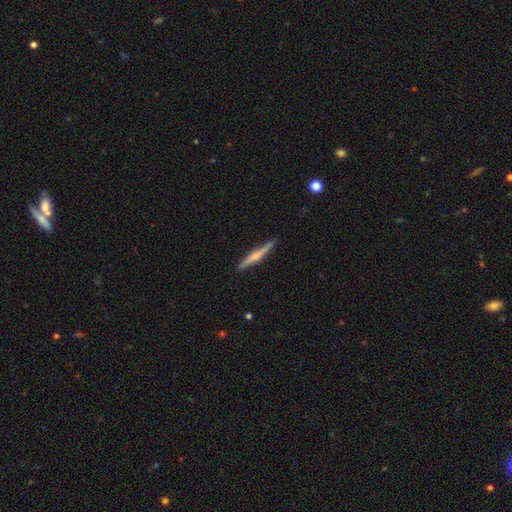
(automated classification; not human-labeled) A featured or disk galaxy (58%) viewed edge-on (97%) with a rounded central bulge (67%). Merging: none (89%).